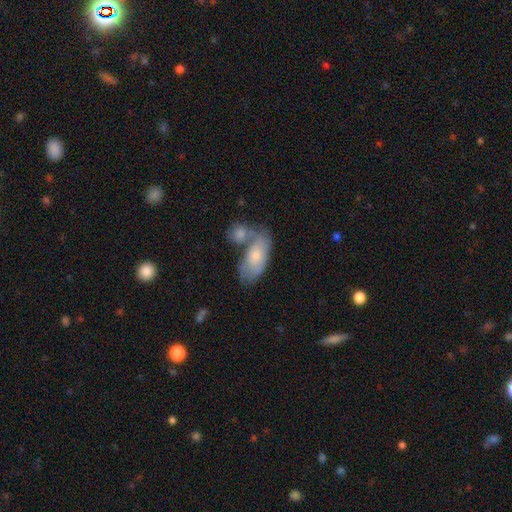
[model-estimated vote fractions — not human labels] A smooth galaxy with no disk features (62%) that is in between round and cigar-shaped (90%).

Vote fractions:
- Smooth or featured? smooth: 62% / featured or disk: 32% / star or artifact: 6%
- How rounded? in between: 90% / round: 5% / cigar-shaped: 5%
- Merging? merger: 50% / none: 26% / minor disturbance: 15% / major disturbance: 9%